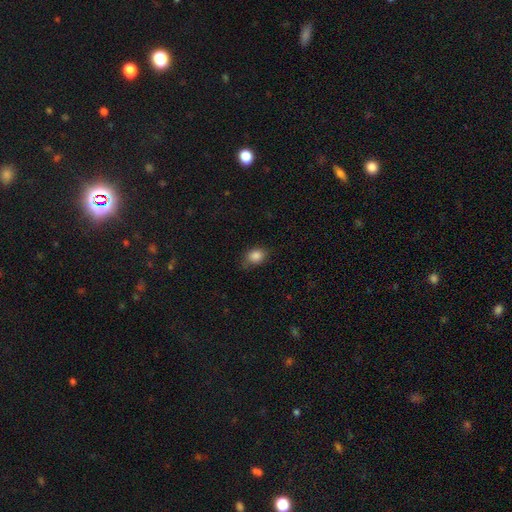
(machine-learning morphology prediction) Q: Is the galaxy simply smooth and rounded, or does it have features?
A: smooth — 85%.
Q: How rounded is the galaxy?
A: in between — 54%.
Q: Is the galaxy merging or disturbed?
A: none — 70%.